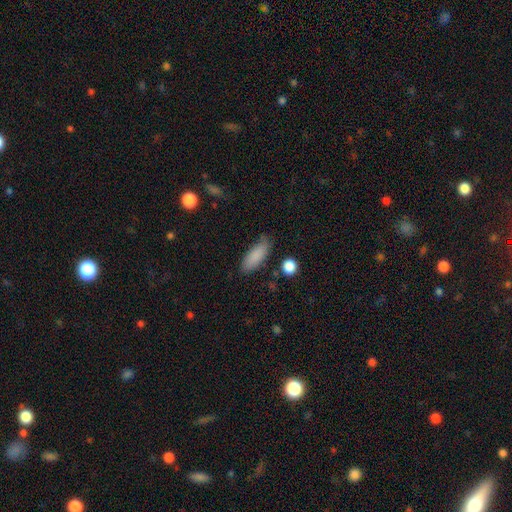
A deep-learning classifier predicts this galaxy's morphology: Smooth or featured: smooth — 86% (featured or disk — 7%)
How rounded: in between — 71% (cigar-shaped — 27%)
Merging: none — 72% (minor disturbance — 21%)